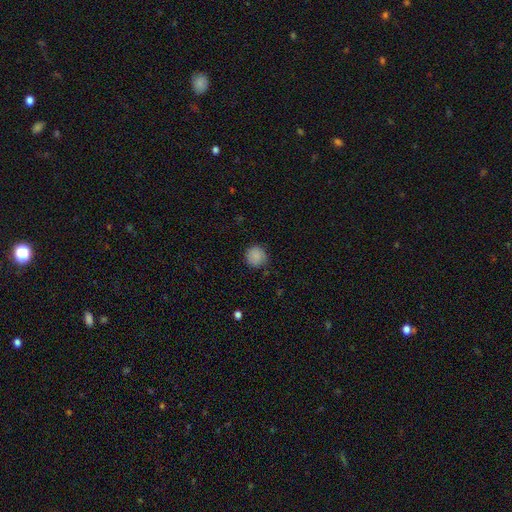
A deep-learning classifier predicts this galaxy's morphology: type=smooth (87%); roundness=round (91%); merging=none (79%).